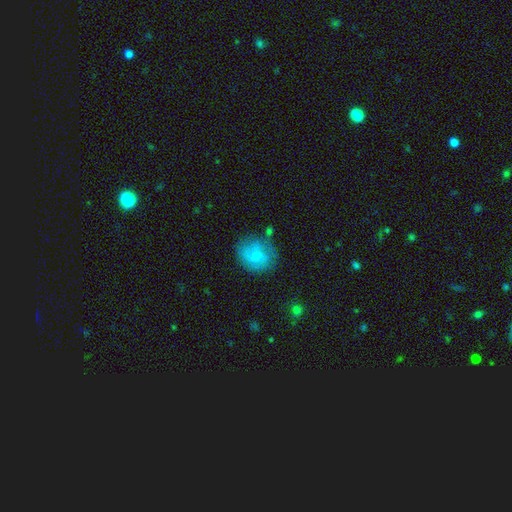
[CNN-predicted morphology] The model was most divided on "smooth or featured": smooth: 61%, featured or disk: 31%, star or artifact: 7%. More confident: how rounded — round (69%); merging — none (66%).